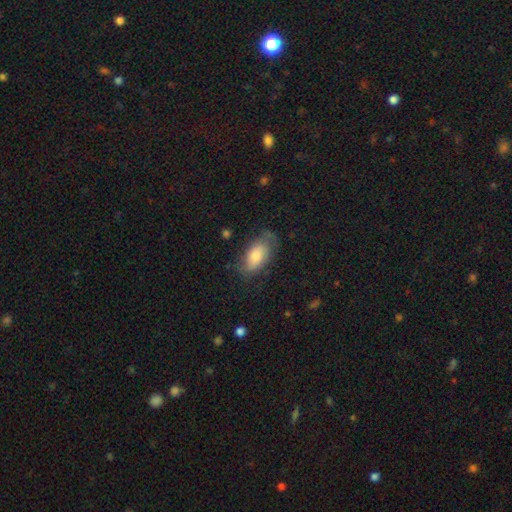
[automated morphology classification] type=smooth (67%); roundness=in between (92%); merging=none (63%).